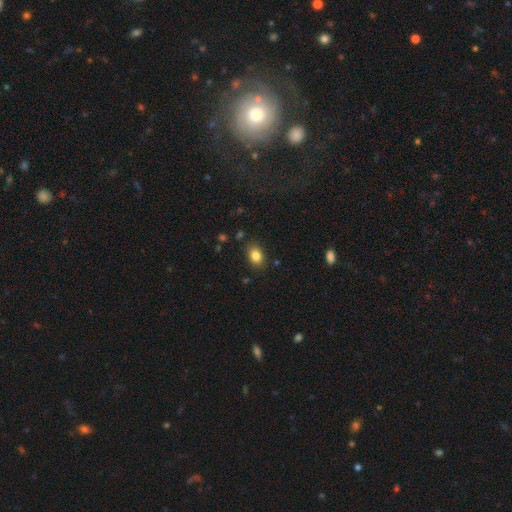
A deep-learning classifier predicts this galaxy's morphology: Smooth or featured?
  - smooth: 84% *
  - star or artifact: 9%
  - featured or disk: 6%
How rounded?
  - in between: 77% *
  - round: 22%
  - cigar-shaped: 1%
Merging?
  - none: 85% *
  - minor disturbance: 11%
  - major disturbance: 3%
  - merger: 2%